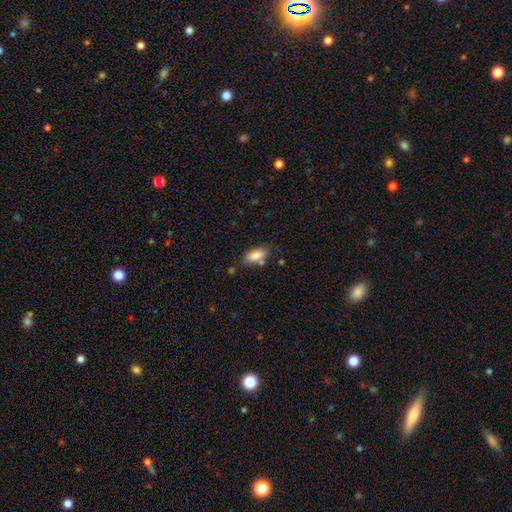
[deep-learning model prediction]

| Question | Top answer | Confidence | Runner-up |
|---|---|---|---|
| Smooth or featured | smooth | 85% | star or artifact (7%) |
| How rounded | in between | 85% | cigar-shaped (12%) |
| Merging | none | 70% | minor disturbance (16%) |